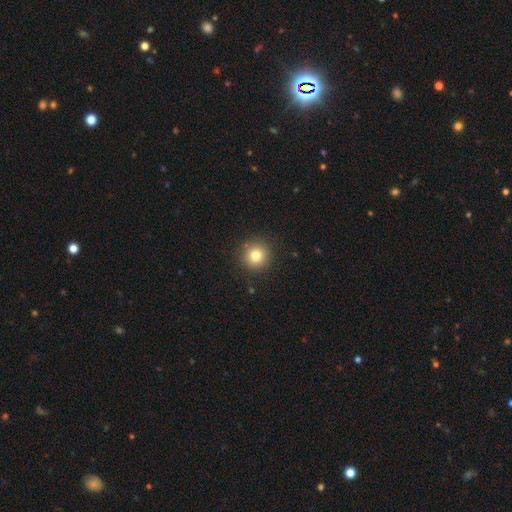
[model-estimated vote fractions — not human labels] Q: Smooth or featured?
A: smooth (80%); runner-up: star or artifact (12%)
Q: How rounded?
A: round (94%); runner-up: in between (5%)
Q: Merging?
A: none (90%); runner-up: minor disturbance (7%)